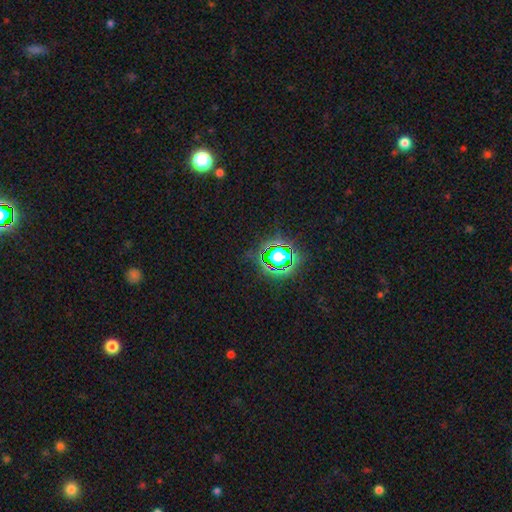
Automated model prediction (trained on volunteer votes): Q: Smooth or featured?
A: star or artifact (79%); runner-up: smooth (14%)